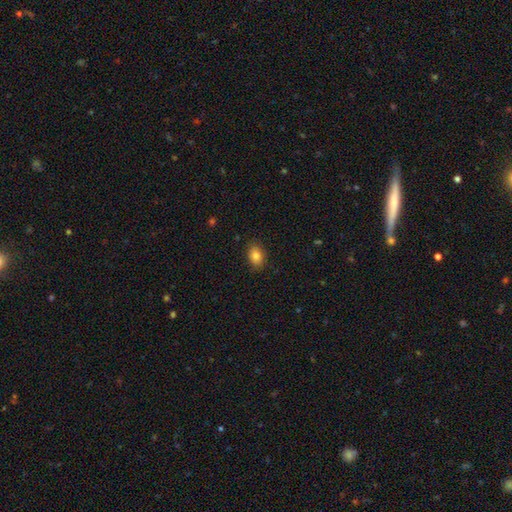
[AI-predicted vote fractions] This appears to be a smooth galaxy with no disk features (84%) that is in between round and cigar-shaped (79%). Merging: none (85%).